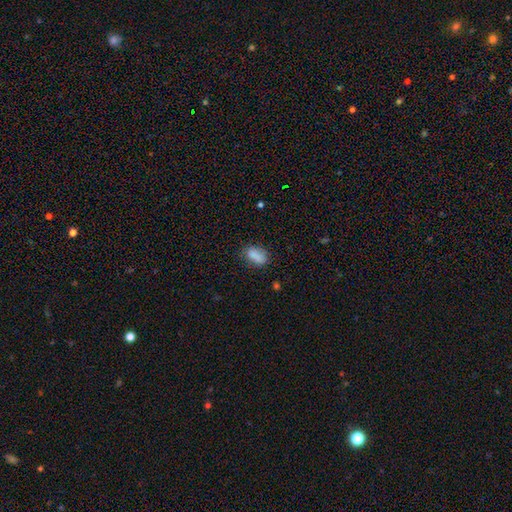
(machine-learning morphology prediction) A smooth galaxy with no disk features (84%) that is in between round and cigar-shaped (84%). Merging: none (74%).